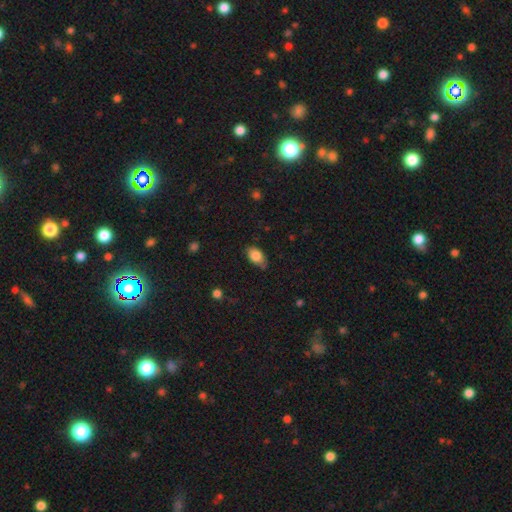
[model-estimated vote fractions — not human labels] Smooth or featured: smooth — 82% (featured or disk — 10%)
How rounded: in between — 91% (round — 7%)
Merging: none — 69% (minor disturbance — 25%)